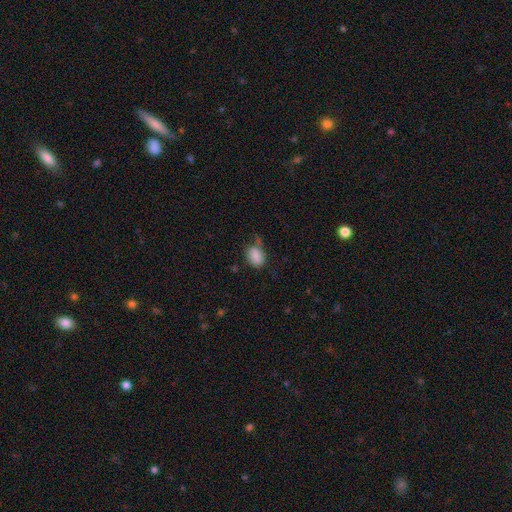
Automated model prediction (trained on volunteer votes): Smooth or featured: smooth — 85% (star or artifact — 9%)
How rounded: in between — 79% (round — 20%)
Merging: none — 53% (minor disturbance — 28%)